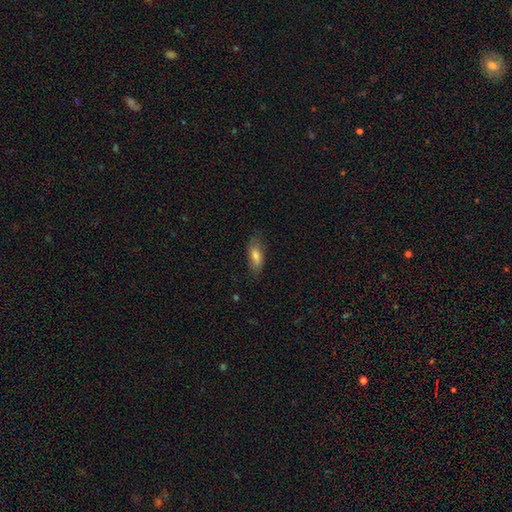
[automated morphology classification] This appears to be a smooth galaxy with no disk features (77%) that is in between round and cigar-shaped (76%). Merging: none (72%).